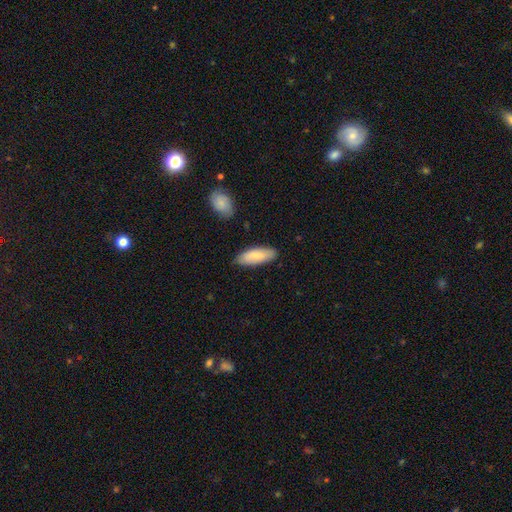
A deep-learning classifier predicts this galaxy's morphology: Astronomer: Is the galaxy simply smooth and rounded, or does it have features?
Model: smooth — 80%.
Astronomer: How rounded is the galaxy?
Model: in between — 68%.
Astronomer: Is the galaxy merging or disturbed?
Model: none — 83%.